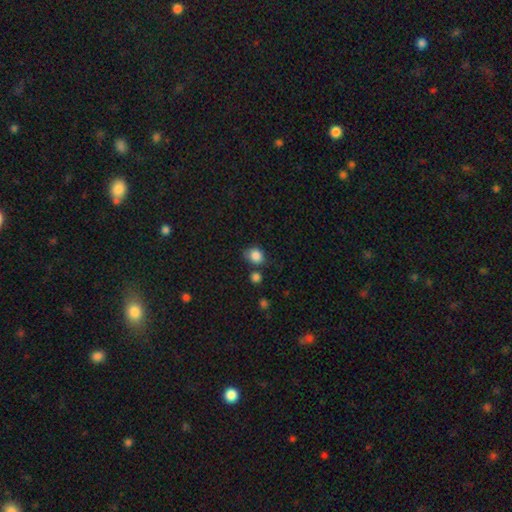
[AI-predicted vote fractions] Morphology: type=smooth (86%); roundness=round (68%); merging=none (66%).